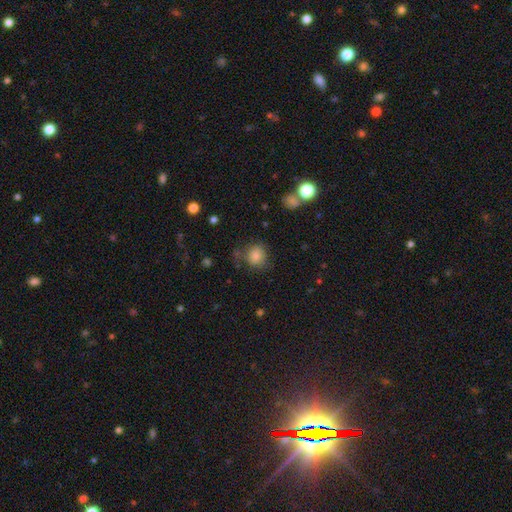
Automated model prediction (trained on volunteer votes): Smooth or featured: smooth — 77% (star or artifact — 12%)
How rounded: round — 80% (in between — 19%)
Merging: none — 68% (minor disturbance — 19%)